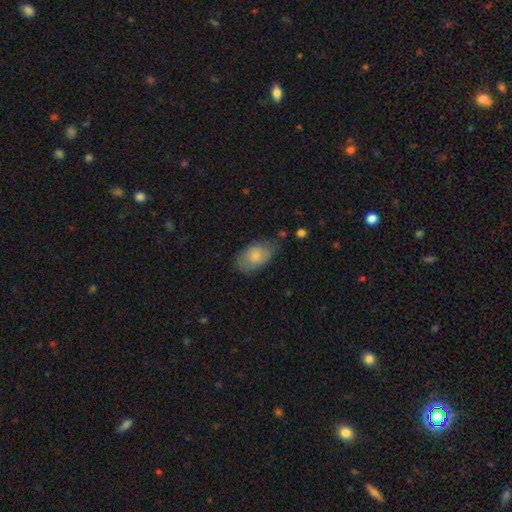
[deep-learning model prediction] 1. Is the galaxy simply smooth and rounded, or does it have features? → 78% smooth, 15% featured or disk, 7% star or artifact.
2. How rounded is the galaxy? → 91% in between, 7% round, 2% cigar-shaped.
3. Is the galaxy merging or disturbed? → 63% none, 27% minor disturbance, 7% major disturbance, 2% merger.